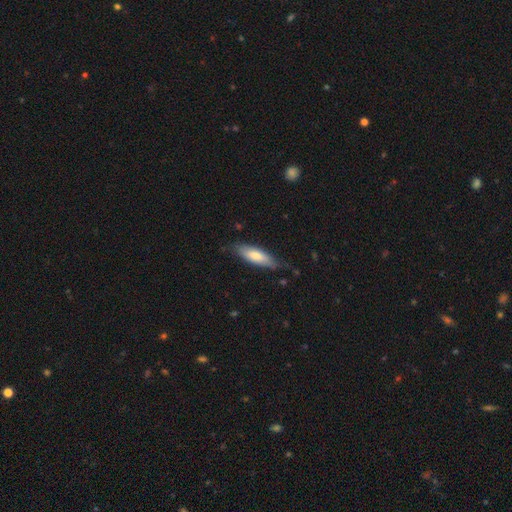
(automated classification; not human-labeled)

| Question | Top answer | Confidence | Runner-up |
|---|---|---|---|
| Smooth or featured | smooth | 71% | featured or disk (24%) |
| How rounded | in between | 52% | cigar-shaped (47%) |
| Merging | none | 71% | minor disturbance (23%) |